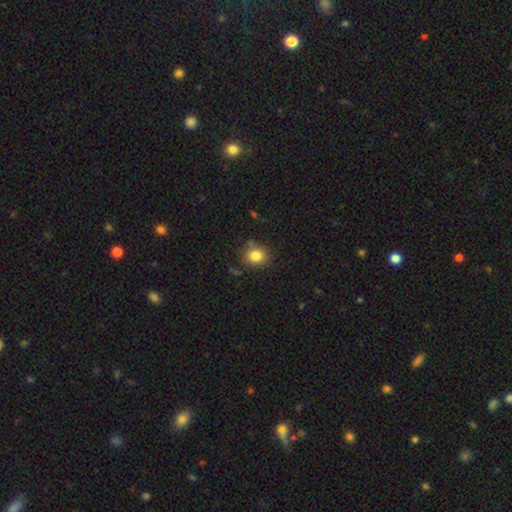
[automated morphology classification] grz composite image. It shows a smooth galaxy with no disk features (83%) that is round (74%). Merging: none (79%).